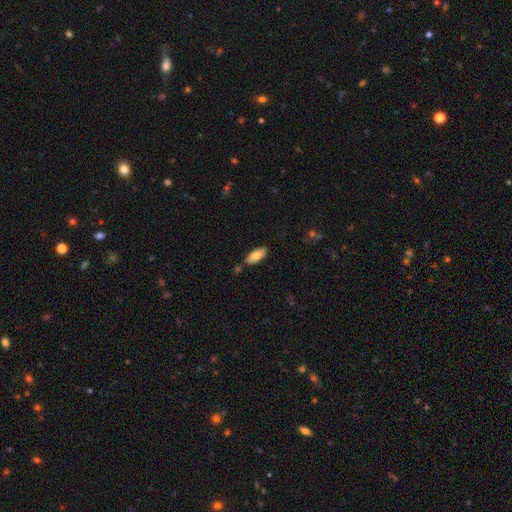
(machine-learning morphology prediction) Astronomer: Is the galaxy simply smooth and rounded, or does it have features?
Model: smooth — 72%.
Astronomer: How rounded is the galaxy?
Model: in between — 85%.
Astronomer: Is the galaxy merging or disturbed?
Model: none — 82%.